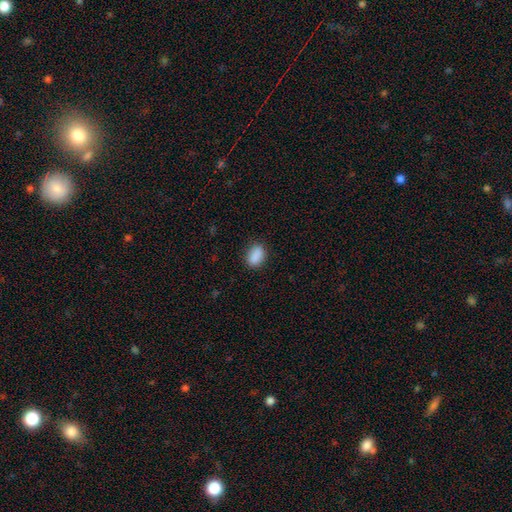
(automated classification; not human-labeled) smooth_or_featured: smooth (p=0.89) [alt: star or artifact p=0.08]
how_rounded: in between (p=0.85) [alt: round p=0.13]
merging: none (p=0.84) [alt: minor disturbance p=0.12]